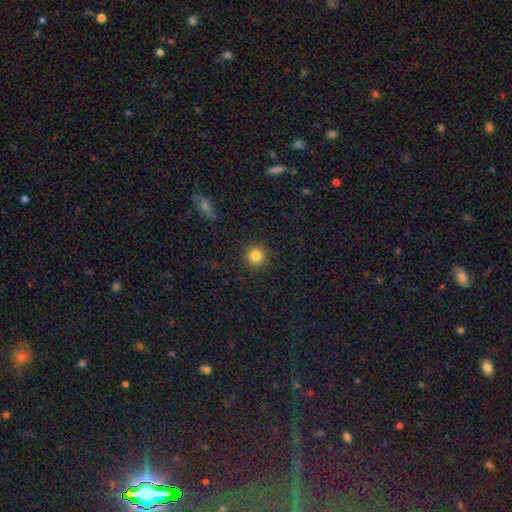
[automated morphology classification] Smooth or featured: smooth — 83% (star or artifact — 11%)
How rounded: round — 94% (in between — 5%)
Merging: none — 91% (minor disturbance — 6%)